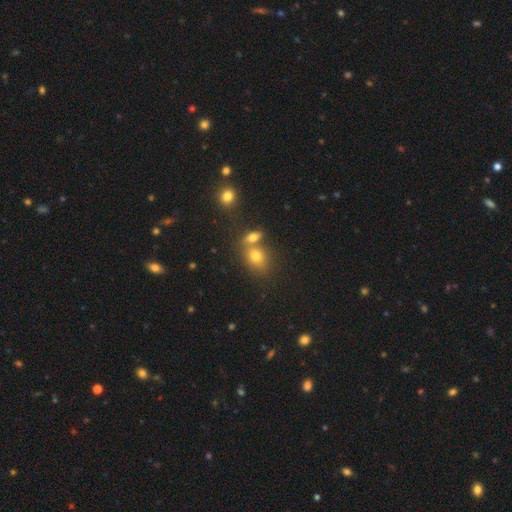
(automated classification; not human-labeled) The model was most divided on "merging": none: 45%, merger: 41%, minor disturbance: 10%, major disturbance: 4%. More confident: smooth or featured — smooth (73%); how rounded — in between (59%).